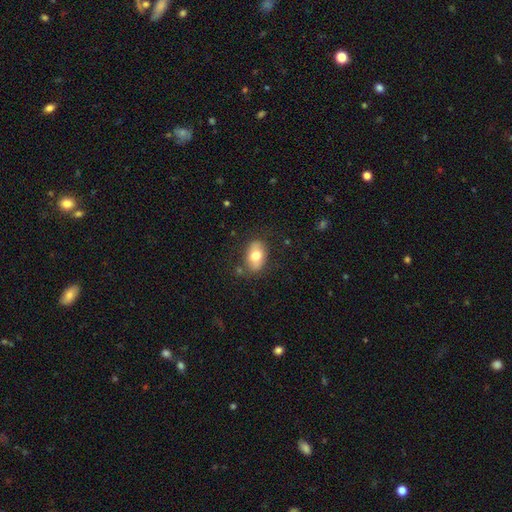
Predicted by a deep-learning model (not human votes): Smooth or featured?
  - smooth: 69% *
  - featured or disk: 24%
  - star or artifact: 7%
How rounded?
  - in between: 87% *
  - round: 12%
  - cigar-shaped: 2%
Merging?
  - none: 79% *
  - minor disturbance: 14%
  - major disturbance: 4%
  - merger: 2%